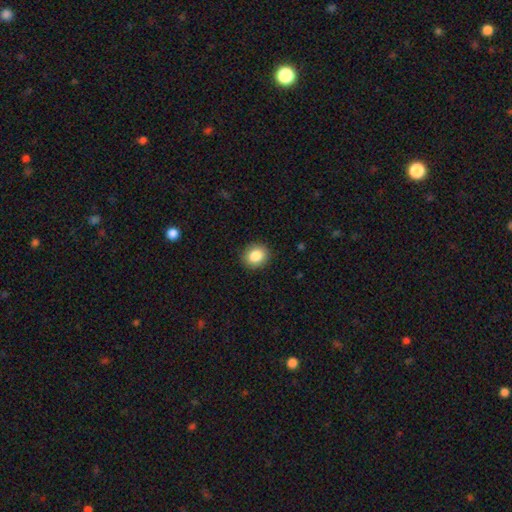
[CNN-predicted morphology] Smooth or featured?
  - smooth: 86% *
  - star or artifact: 8%
  - featured or disk: 5%
How rounded?
  - round: 72% *
  - in between: 28%
  - cigar-shaped: 1%
Merging?
  - none: 90% *
  - minor disturbance: 7%
  - major disturbance: 2%
  - merger: 1%